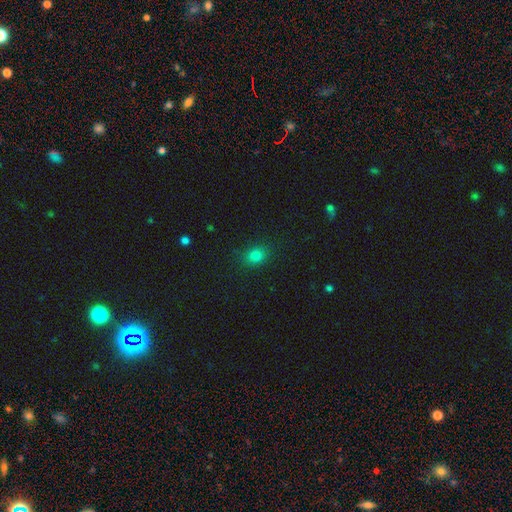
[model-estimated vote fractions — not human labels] Smooth or featured?
  - smooth: 80% *
  - star or artifact: 14%
  - featured or disk: 6%
How rounded?
  - round: 49% * (tied)
  - in between: 49% * (tied)
  - cigar-shaped: 1%
Merging?
  - none: 85% *
  - minor disturbance: 10%
  - major disturbance: 3%
  - merger: 1%